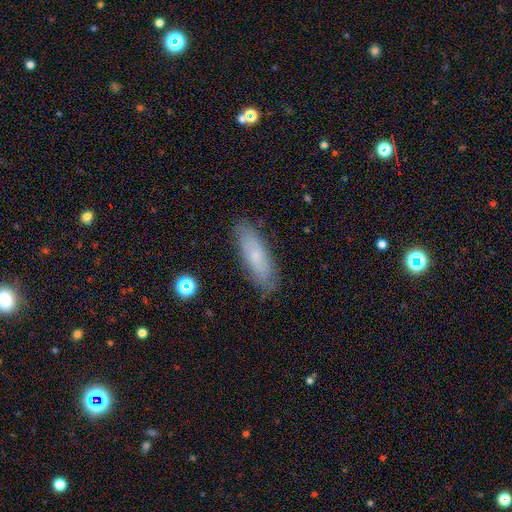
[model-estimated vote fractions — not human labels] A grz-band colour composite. It shows a smooth galaxy with no disk features (63%) that is in between round and cigar-shaped (51%). Merging: none (82%).